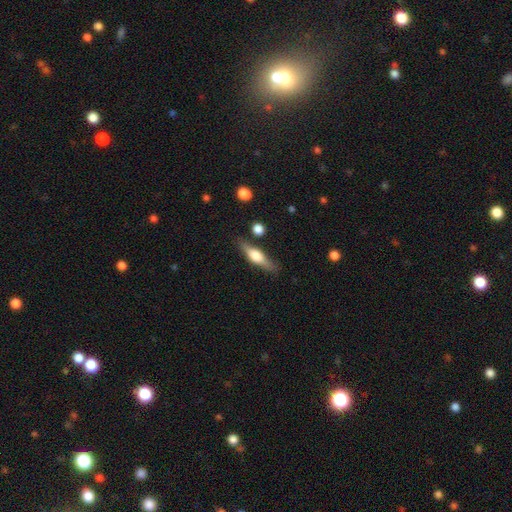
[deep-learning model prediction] The model was most divided on "smooth or featured": featured or disk: 56%, smooth: 38%, star or artifact: 6%. More confident: edge-on disk — yes (93%); edge-on bulge — rounded (88%); merging — none (80%).